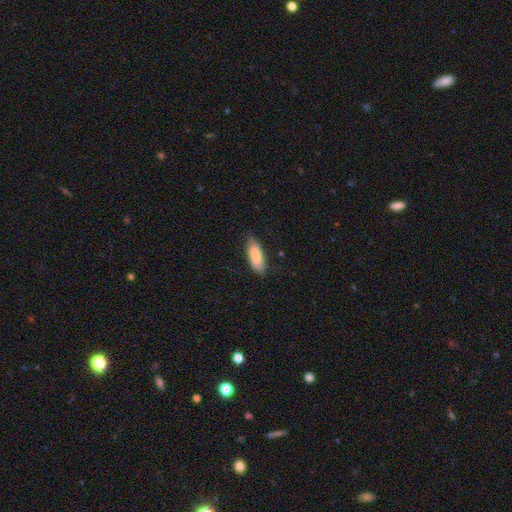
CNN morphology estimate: The model was most divided on "how rounded": in between: 71%, cigar-shaped: 27%, round: 2%. More confident: smooth or featured — smooth (84%); merging — none (80%).